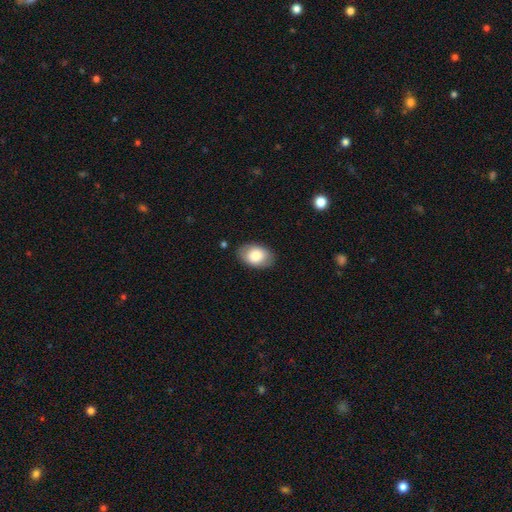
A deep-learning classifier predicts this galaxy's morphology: smooth-or-featured: smooth: 82% | featured or disk: 12% | star or artifact: 6%
  how-rounded: in between: 87% | round: 12% | cigar-shaped: 1%
  merging: none: 84% | minor disturbance: 12% | major disturbance: 3% | merger: 1%